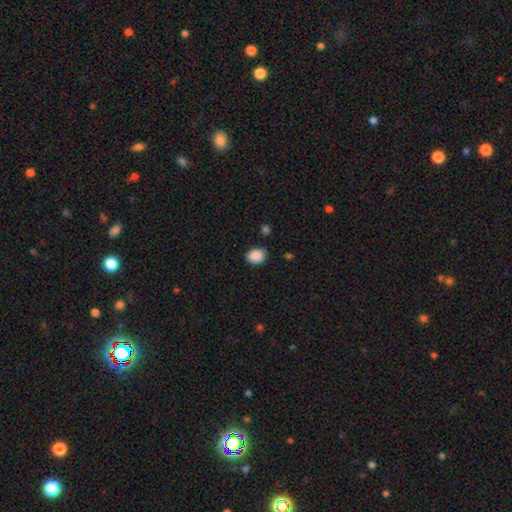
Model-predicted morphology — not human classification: smooth-or-featured: smooth: 89% | star or artifact: 8% | featured or disk: 3%
  how-rounded: in between: 63% | round: 36% | cigar-shaped: 1%
  merging: none: 82% | minor disturbance: 13% | major disturbance: 3% | merger: 2%